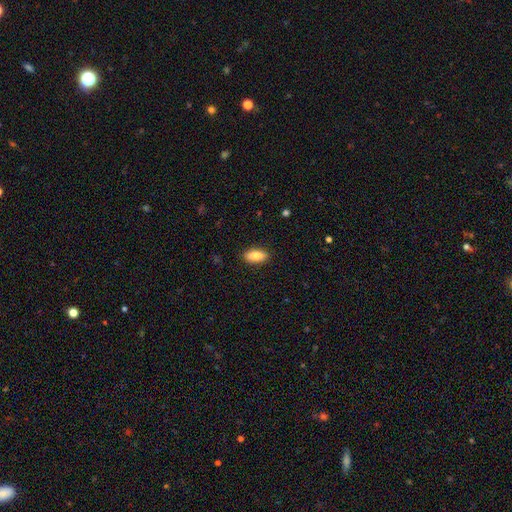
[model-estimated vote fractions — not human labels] A smooth galaxy with no disk features (85%) that is in between round and cigar-shaped (87%).

Vote fractions:
- Smooth or featured? smooth: 85% / featured or disk: 9% / star or artifact: 7%
- How rounded? in between: 87% / cigar-shaped: 10% / round: 3%
- Merging? none: 89% / minor disturbance: 8% / major disturbance: 2% / merger: 1%